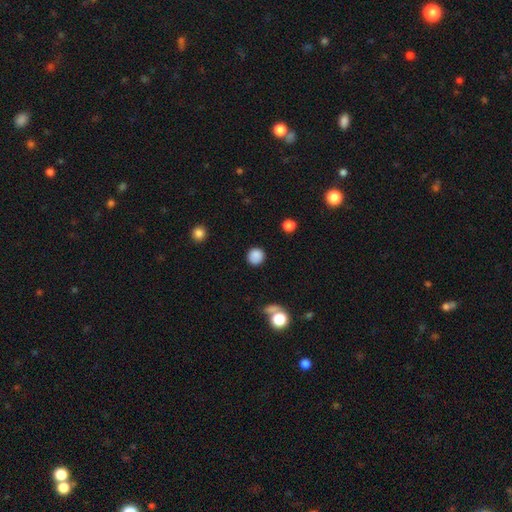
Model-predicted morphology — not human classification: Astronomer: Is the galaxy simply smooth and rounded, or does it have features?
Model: smooth — 85%.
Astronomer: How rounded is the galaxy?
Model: round — 92%.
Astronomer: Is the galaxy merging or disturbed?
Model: none — 88%.